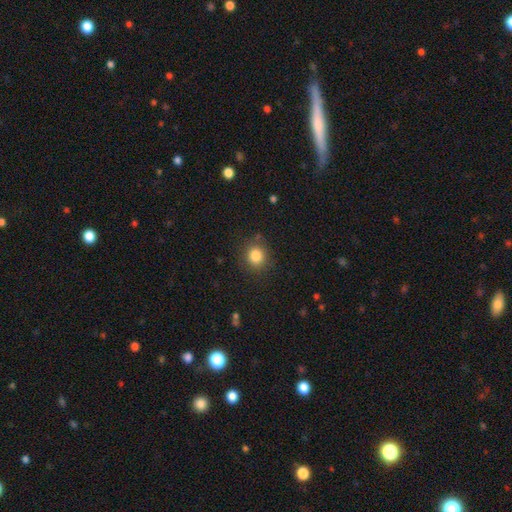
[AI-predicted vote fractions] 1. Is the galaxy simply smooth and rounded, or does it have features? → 83% smooth, 11% star or artifact, 6% featured or disk.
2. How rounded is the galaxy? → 81% round, 18% in between, 1% cigar-shaped.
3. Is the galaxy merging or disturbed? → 85% none, 10% minor disturbance, 3% major disturbance, 2% merger.